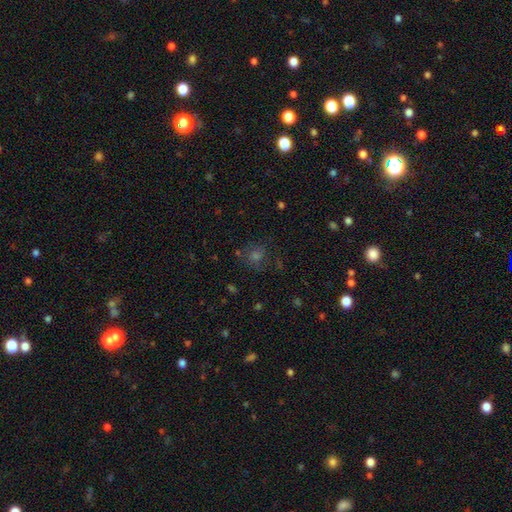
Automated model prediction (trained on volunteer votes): smooth_or_featured: smooth (p=0.42) [alt: star or artifact p=0.39]
merging: none (p=0.73) [alt: minor disturbance p=0.15]